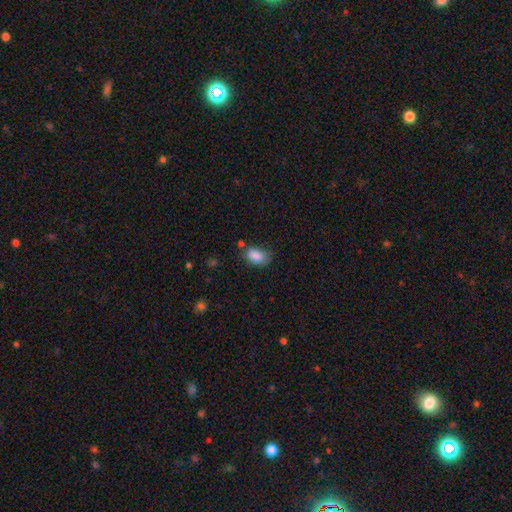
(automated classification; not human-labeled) Smooth or featured? smooth (86%)
How rounded? in between (89%)
Merging? none (64%)